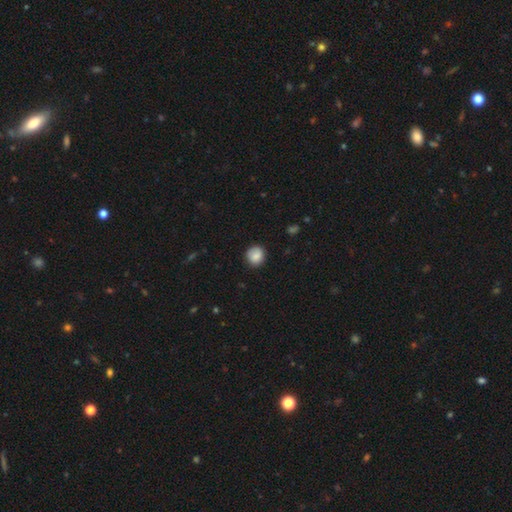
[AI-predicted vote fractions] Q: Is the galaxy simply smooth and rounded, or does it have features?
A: smooth — 86%.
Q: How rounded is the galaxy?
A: round — 87%.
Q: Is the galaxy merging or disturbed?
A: none — 83%.